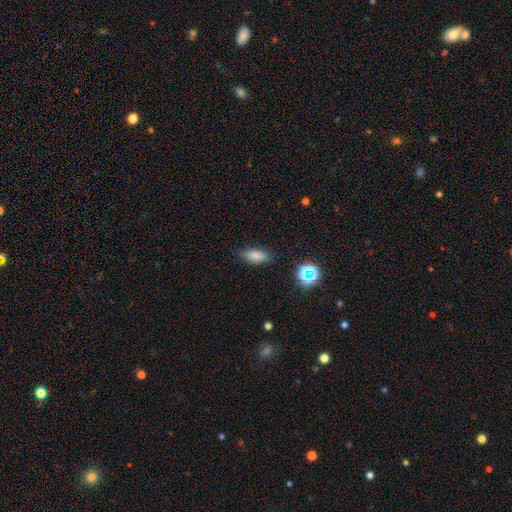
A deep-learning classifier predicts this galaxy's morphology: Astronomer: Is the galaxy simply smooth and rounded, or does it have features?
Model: smooth — 81%.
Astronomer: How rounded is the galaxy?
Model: in between — 80%.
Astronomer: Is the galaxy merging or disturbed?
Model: none — 82%.